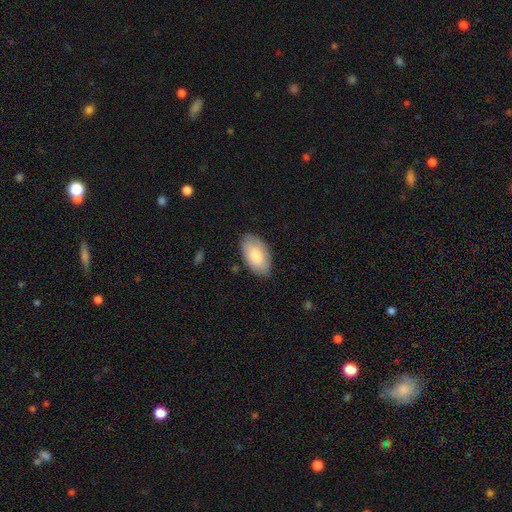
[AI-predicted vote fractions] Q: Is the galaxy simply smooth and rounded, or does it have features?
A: smooth — 80%.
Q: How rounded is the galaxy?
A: in between — 95%.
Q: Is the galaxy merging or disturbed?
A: none — 83%.